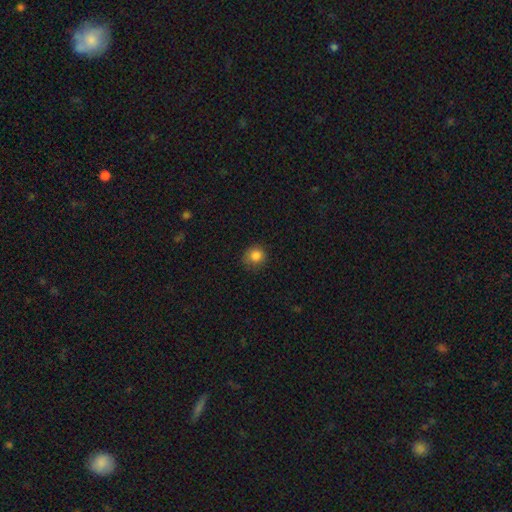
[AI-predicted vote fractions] The model was most divided on "merging": none: 74%, minor disturbance: 19%, major disturbance: 5%, merger: 1%. More confident: smooth or featured — smooth (85%); how rounded — round (84%).